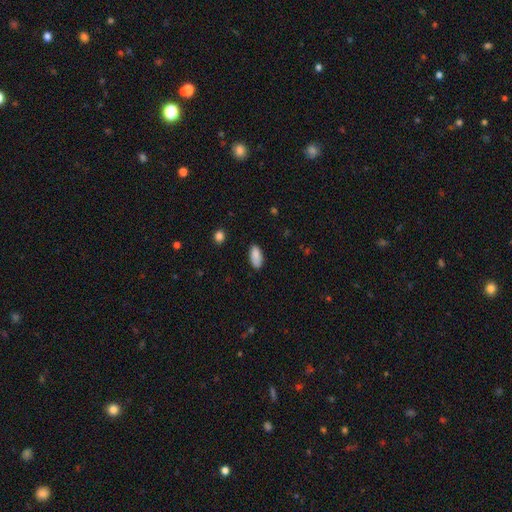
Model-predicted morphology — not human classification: A smooth galaxy with no disk features (88%) that is in between round and cigar-shaped (89%).

Vote fractions:
- Smooth or featured? smooth: 88% / star or artifact: 7% / featured or disk: 5%
- How rounded? in between: 89% / cigar-shaped: 8% / round: 2%
- Merging? none: 82% / minor disturbance: 14% / major disturbance: 3% / merger: 1%